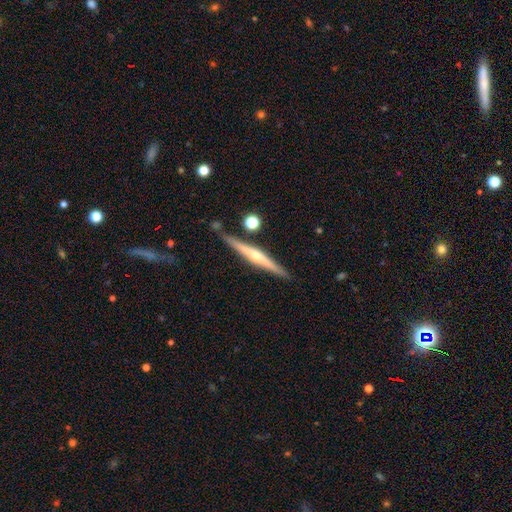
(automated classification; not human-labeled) Smooth or featured: featured or disk — 72% (smooth — 22%)
Edge-on disk: yes — 98% (no — 2%)
Edge-on bulge: rounded — 80% (none — 15%)
Merging: none — 86% (minor disturbance — 9%)